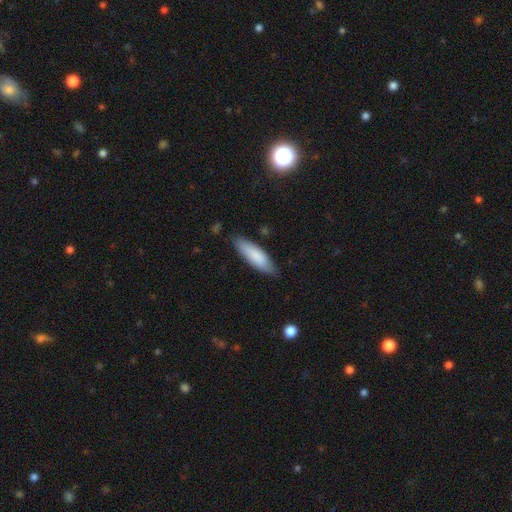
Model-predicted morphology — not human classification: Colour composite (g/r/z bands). It shows a smooth galaxy with no disk features (84%) that is cigar-shaped (54%). Merging: none (82%).